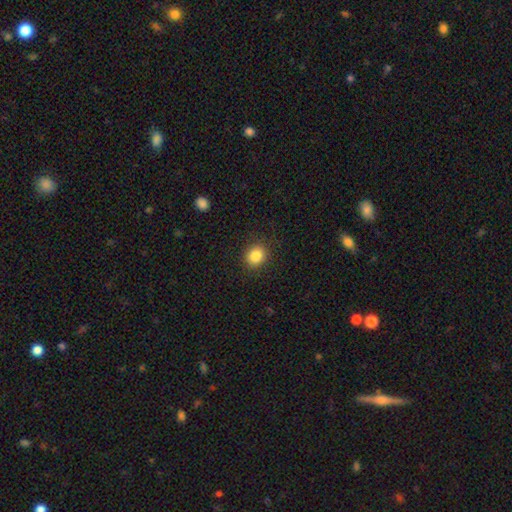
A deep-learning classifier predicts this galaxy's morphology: Smooth or featured? Predicted: smooth (p=0.85). How rounded? Predicted: round (p=0.74). Merging? Predicted: none (p=0.89).